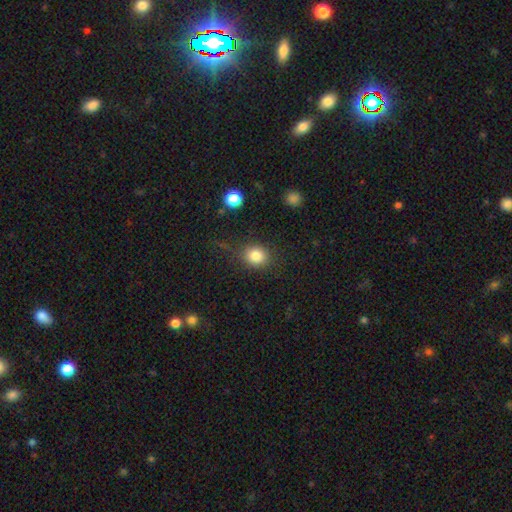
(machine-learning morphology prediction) Smooth or featured? smooth (84%)
How rounded? round (73%)
Merging? none (81%)